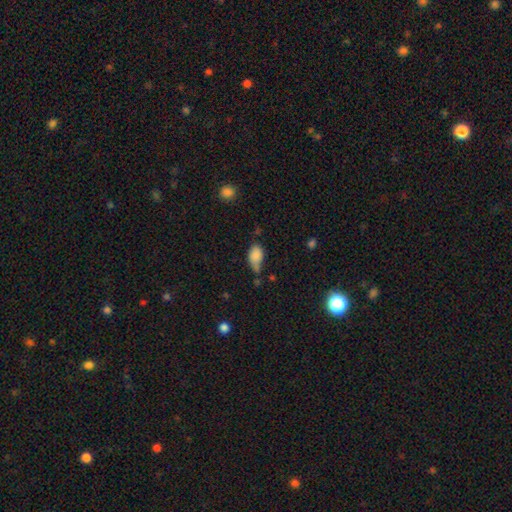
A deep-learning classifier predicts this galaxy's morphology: Overall: smooth (83%). How rounded: in between (86%). Merging: minor disturbance (38%; none 36%).